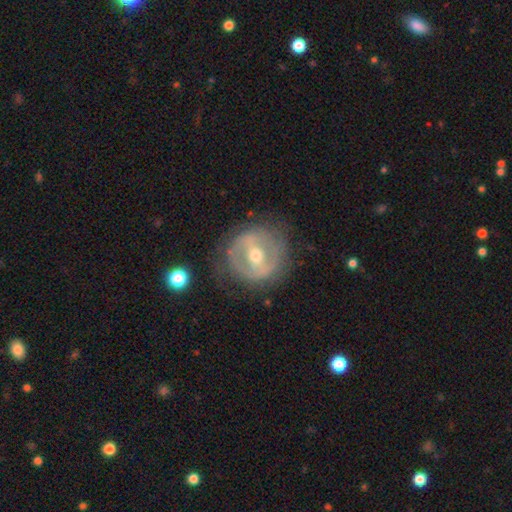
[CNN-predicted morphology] type=featured or disk (71%); edge-on=no (95%); bar=strong (45%); spiral arms=no (66%); bulge=moderate (70%); merging=none (76%).